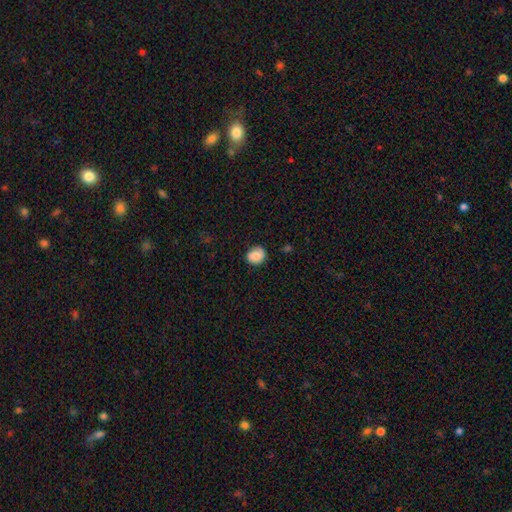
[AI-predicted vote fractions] Smooth or featured?
  - smooth: 79% *
  - featured or disk: 12%
  - star or artifact: 8%
How rounded?
  - round: 67% *
  - in between: 32%
  - cigar-shaped: 1%
Merging?
  - none: 77% *
  - minor disturbance: 17%
  - major disturbance: 4%
  - merger: 1%